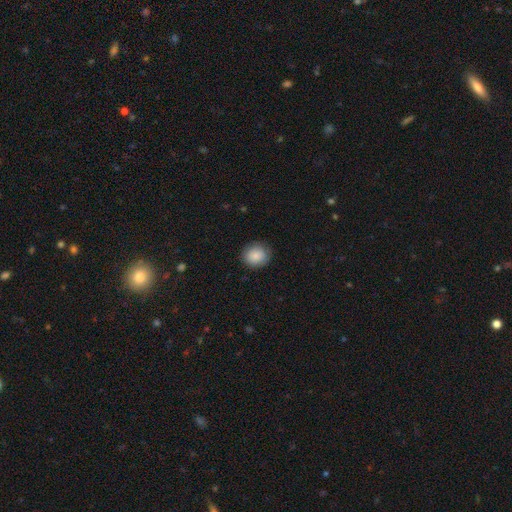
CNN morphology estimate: Smooth or featured? Predicted: smooth (p=0.86). How rounded? Predicted: round (p=0.76). Merging? Predicted: none (p=0.84).